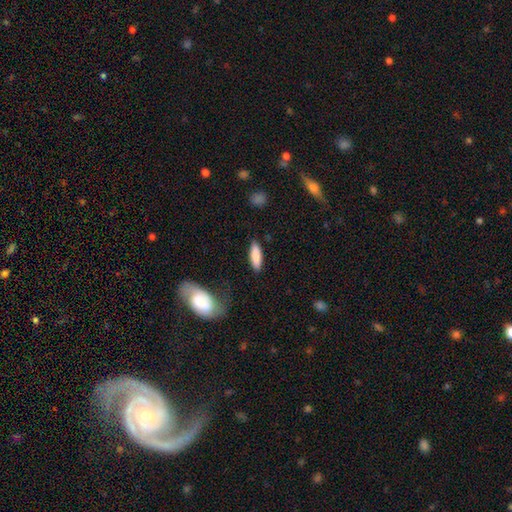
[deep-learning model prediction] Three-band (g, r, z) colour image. It shows a smooth galaxy with no disk features (85%) that is cigar-shaped (52%). Merging: none (84%).